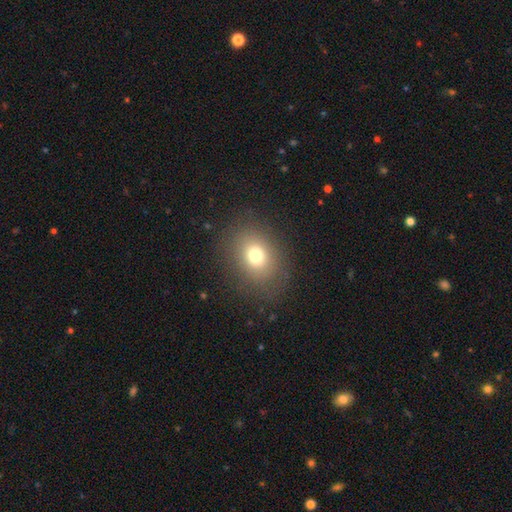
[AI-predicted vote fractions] smooth 74%, star or artifact 14%, featured or disk 12%. Down the decision tree: how rounded — in between (53%); merging — none (84%).